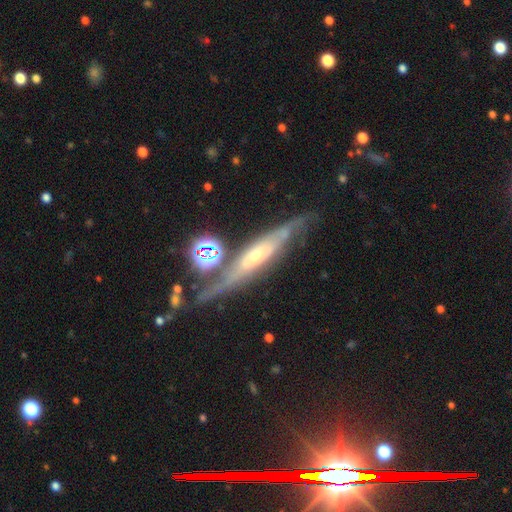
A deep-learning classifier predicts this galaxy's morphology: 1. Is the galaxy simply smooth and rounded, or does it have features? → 75% featured or disk, 15% smooth, 10% star or artifact.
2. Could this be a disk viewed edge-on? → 62% yes, 38% no.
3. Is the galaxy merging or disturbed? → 63% none, 20% minor disturbance, 9% major disturbance, 7% merger.